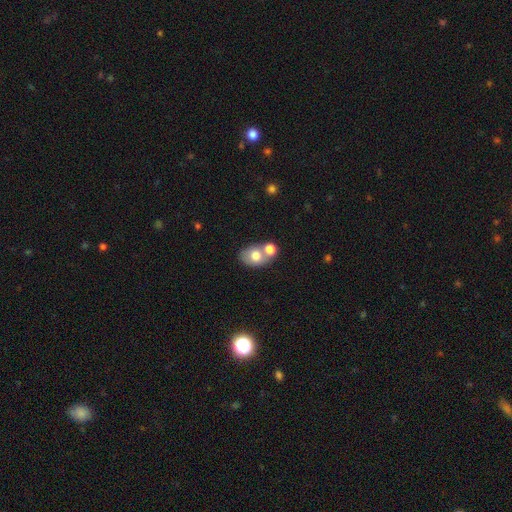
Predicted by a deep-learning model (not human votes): Smooth or featured: smooth — 72% (featured or disk — 20%)
How rounded: in between — 66% (round — 33%)
Merging: merger — 52% (none — 34%)